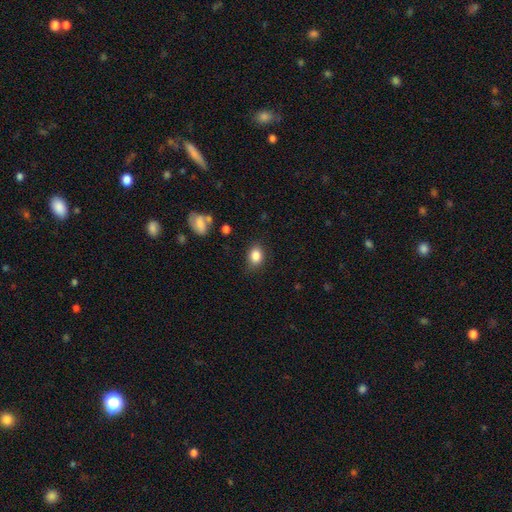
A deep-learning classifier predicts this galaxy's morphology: Q: Smooth or featured?
A: smooth (85%); runner-up: star or artifact (9%)
Q: How rounded?
A: in between (61%); runner-up: round (38%)
Q: Merging?
A: none (78%); runner-up: minor disturbance (16%)